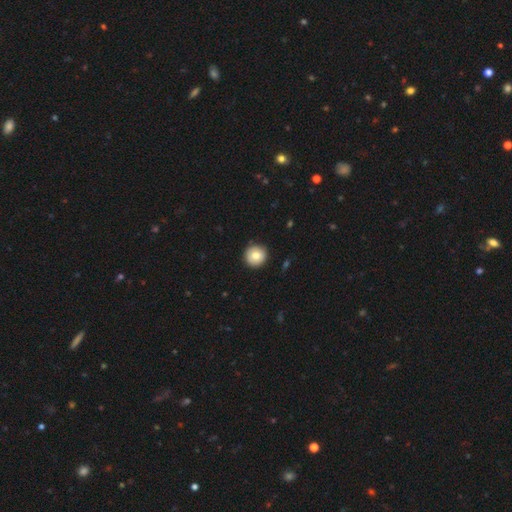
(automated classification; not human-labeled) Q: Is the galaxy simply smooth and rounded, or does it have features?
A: smooth — 79%.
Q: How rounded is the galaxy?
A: round — 96%.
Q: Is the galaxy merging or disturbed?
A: none — 91%.